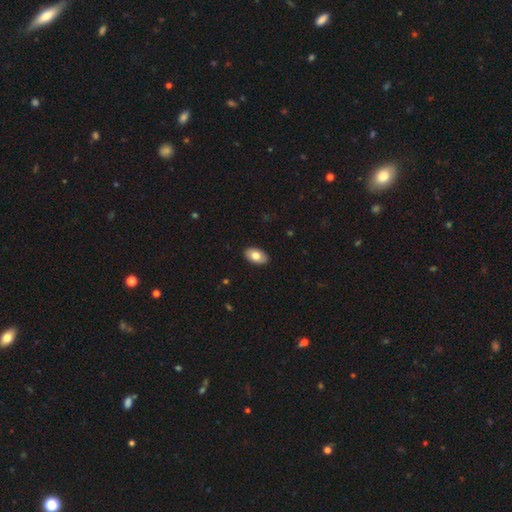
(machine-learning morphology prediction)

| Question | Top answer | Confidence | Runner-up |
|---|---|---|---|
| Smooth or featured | smooth | 76% | featured or disk (18%) |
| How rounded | in between | 94% | round (5%) |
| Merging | none | 90% | minor disturbance (8%) |